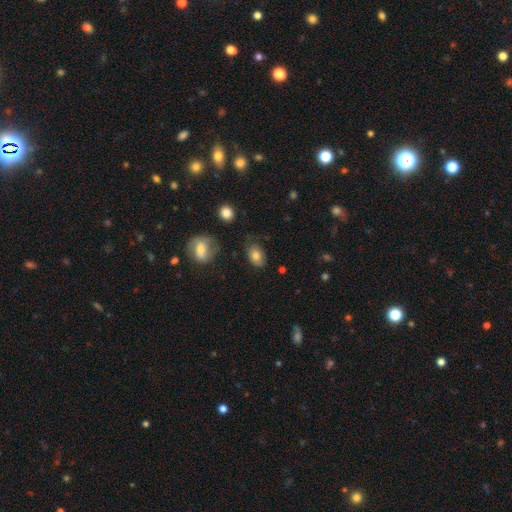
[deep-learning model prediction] This is likely a smooth galaxy (77%). How rounded: clearly in between (84%). Merging: likely none (71%).